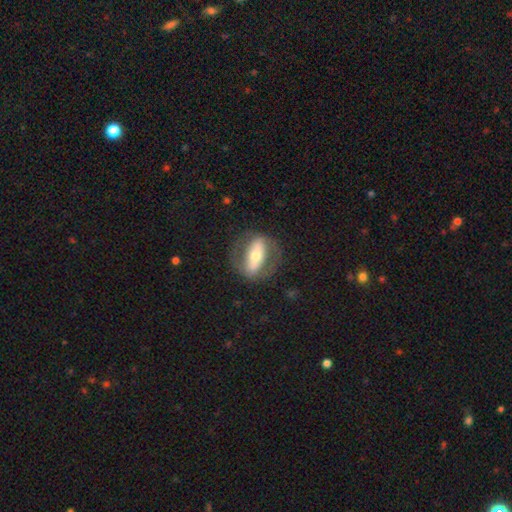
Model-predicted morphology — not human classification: The model was most divided on "spiral arms": yes: 52%, no: 48%. More confident: edge-on disk — no (80%); merging — none (73%); bar — strong (68%); smooth or featured — featured or disk (67%); bulge size — moderate (60%).